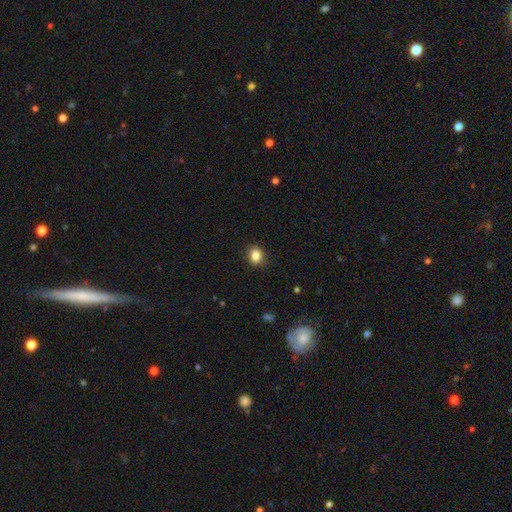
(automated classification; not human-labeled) Smooth or featured: smooth — 85% (star or artifact — 10%)
How rounded: in between — 58% (round — 40%)
Merging: none — 87% (minor disturbance — 10%)